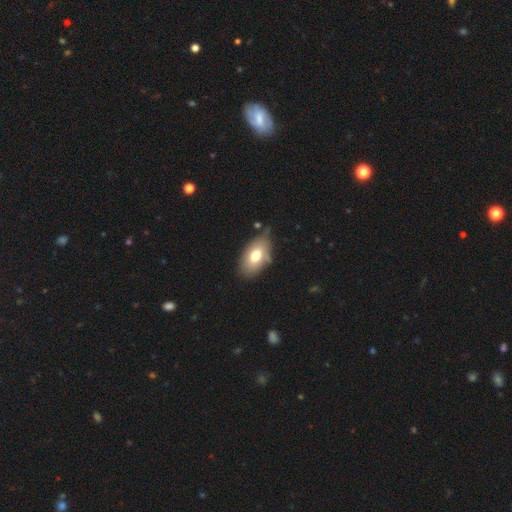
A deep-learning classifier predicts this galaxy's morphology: A smooth galaxy with no disk features (74%) that is in between round and cigar-shaped (91%). Merging: none (65%).